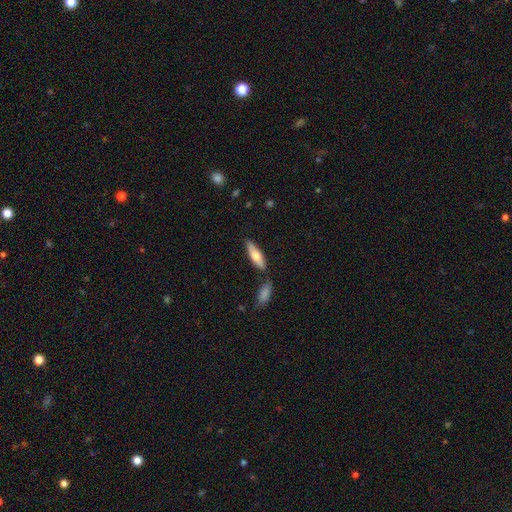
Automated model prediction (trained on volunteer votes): smooth_or_featured: smooth (p=0.66) [alt: featured or disk p=0.29]
how_rounded: cigar-shaped (p=0.52) [alt: in between p=0.46]
merging: none (p=0.79) [alt: minor disturbance p=0.11]